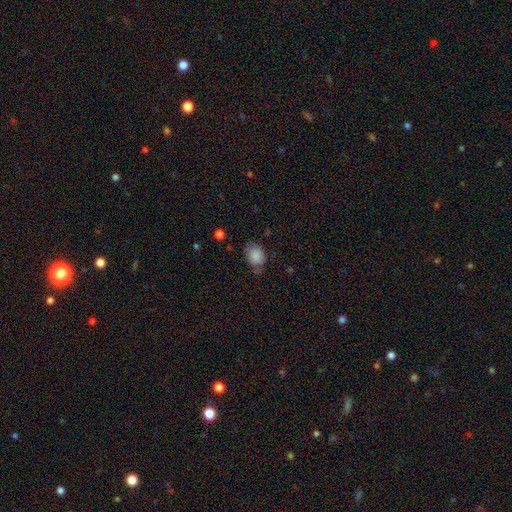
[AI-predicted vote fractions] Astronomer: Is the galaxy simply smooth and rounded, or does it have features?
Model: smooth — 85%.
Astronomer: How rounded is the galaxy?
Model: in between — 62%.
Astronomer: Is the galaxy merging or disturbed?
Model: none — 59%.